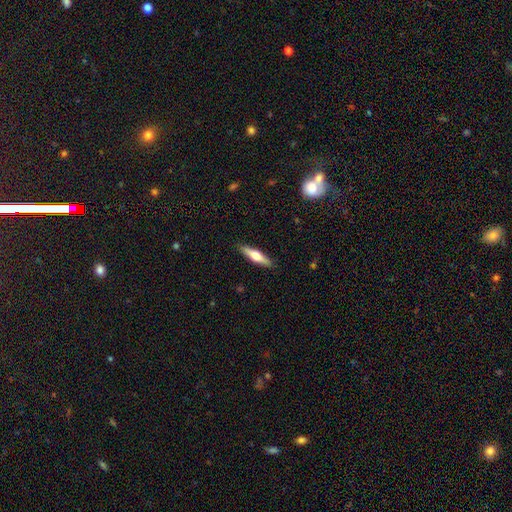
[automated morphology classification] A smooth galaxy with no disk features (50%). Merging: none (90%).